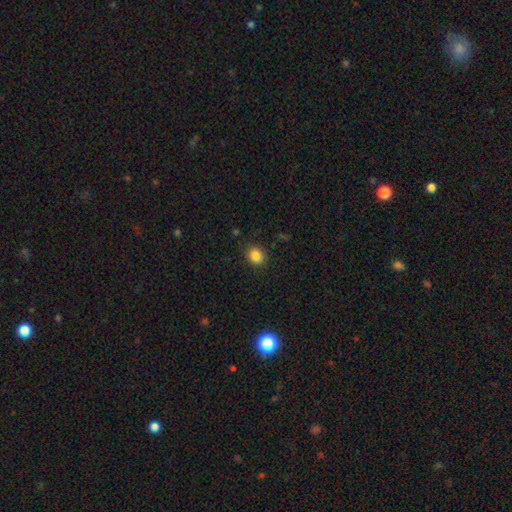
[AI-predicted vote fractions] This is clearly a smooth galaxy (85%). How rounded: likely round (63%). Merging: clearly none (85%).